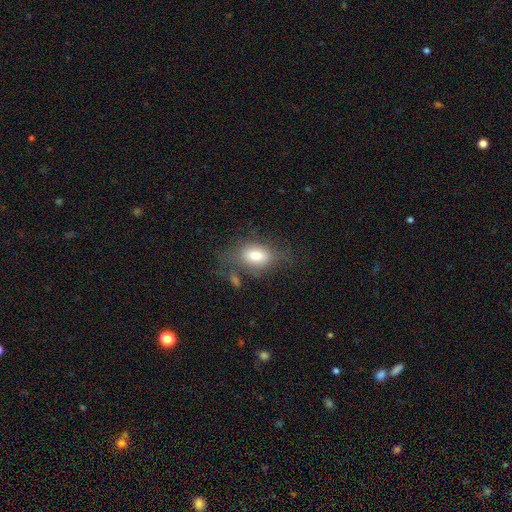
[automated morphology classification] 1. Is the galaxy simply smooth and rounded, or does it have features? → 74% smooth, 16% featured or disk, 9% star or artifact.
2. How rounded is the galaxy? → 81% in between, 16% round, 3% cigar-shaped.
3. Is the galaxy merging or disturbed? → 57% none, 24% minor disturbance, 14% major disturbance, 6% merger.